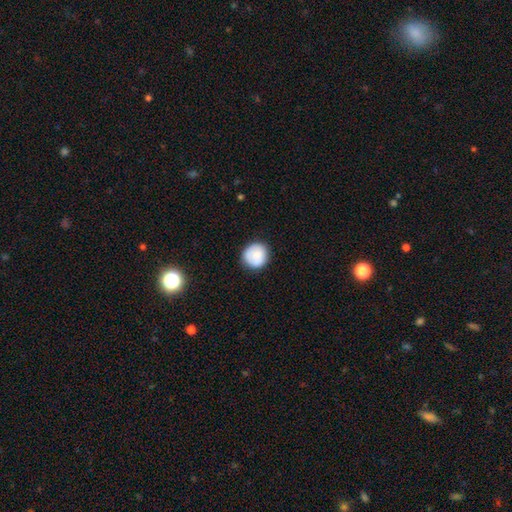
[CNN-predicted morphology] smooth_or_featured: smooth (p=0.78) [alt: featured or disk p=0.15]
how_rounded: round (p=0.91) [alt: in between p=0.08]
merging: none (p=0.83) [alt: minor disturbance p=0.13]